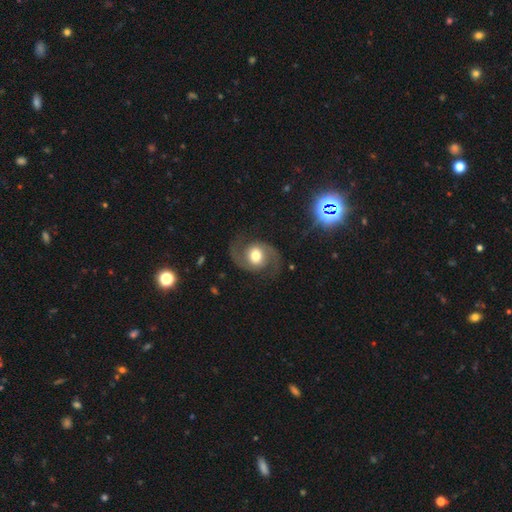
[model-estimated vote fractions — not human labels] smooth_or_featured: featured or disk (p=0.85) [alt: smooth p=0.09]
disk_edge_on: no (p=0.98) [alt: yes p=0.02]
bar: no (p=0.61) [alt: weak p=0.29]
has_spiral_arms: yes (p=0.96) [alt: no p=0.04]
spiral_winding: medium (p=0.53) [alt: loose p=0.34]
spiral_arm_count: 2 (p=0.94) [alt: can't tell p=0.02]
bulge_size: moderate (p=0.62) [alt: large p=0.26]
merging: none (p=0.80) [alt: minor disturbance p=0.12]